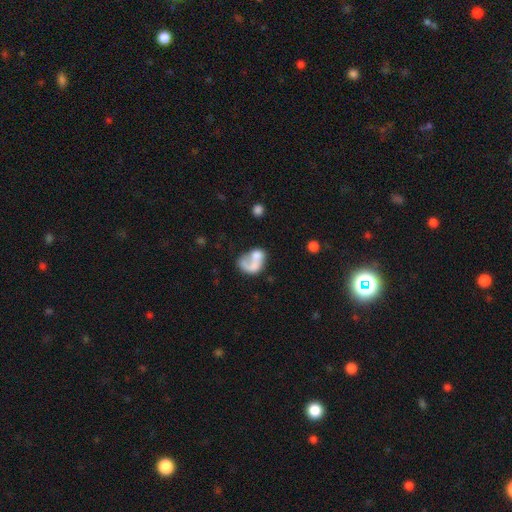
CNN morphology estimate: Smooth or featured? Predicted: smooth (p=0.50). How rounded? Predicted: in between (p=0.68). Merging? Predicted: merger (p=0.43).